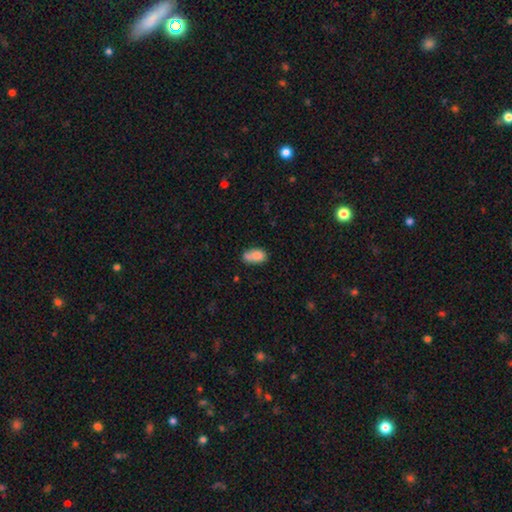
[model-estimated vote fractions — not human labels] The model was most divided on "merging": none: 43%, merger: 27%, minor disturbance: 22%, major disturbance: 7%. More confident: how rounded — in between (87%); smooth or featured — smooth (80%).